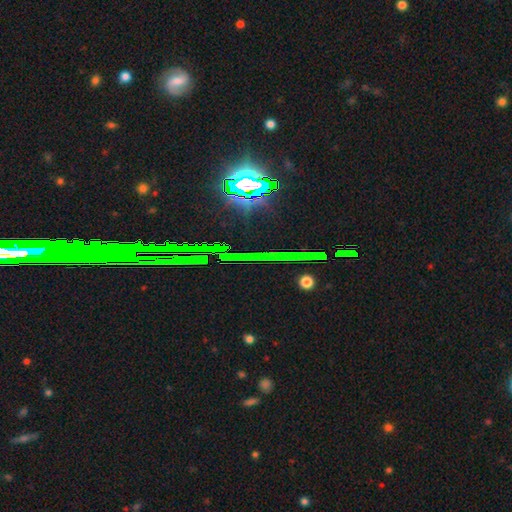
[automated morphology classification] Smooth or featured? star or artifact (82%)